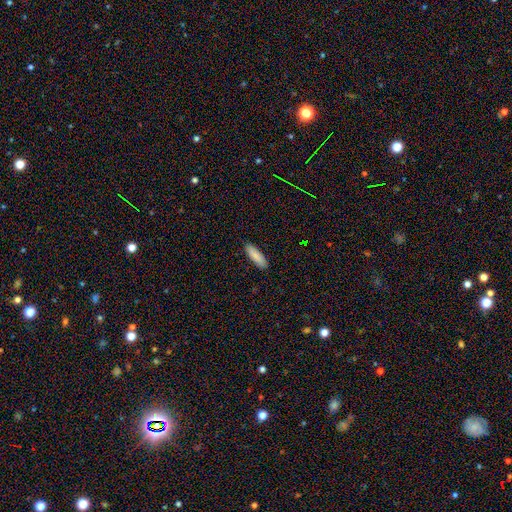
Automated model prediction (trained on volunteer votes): Q: Smooth or featured?
A: smooth (88%); runner-up: featured or disk (6%)
Q: How rounded?
A: in between (49%); tied with: cigar-shaped (49%)
Q: Merging?
A: none (88%); runner-up: minor disturbance (9%)